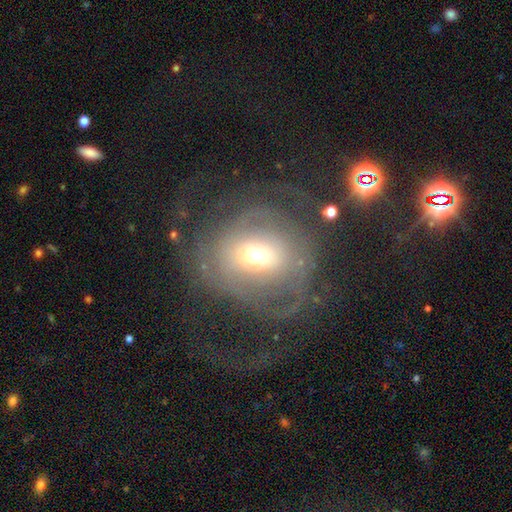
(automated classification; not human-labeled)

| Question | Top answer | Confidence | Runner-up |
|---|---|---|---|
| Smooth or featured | featured or disk | 66% | smooth (24%) |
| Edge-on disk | no | 96% | yes (4%) |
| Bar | no | 59% | weak (29%) |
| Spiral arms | yes | 68% | no (32%) |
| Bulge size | moderate | 54% | small (33%) |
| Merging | none | 42% | major disturbance (41%) |